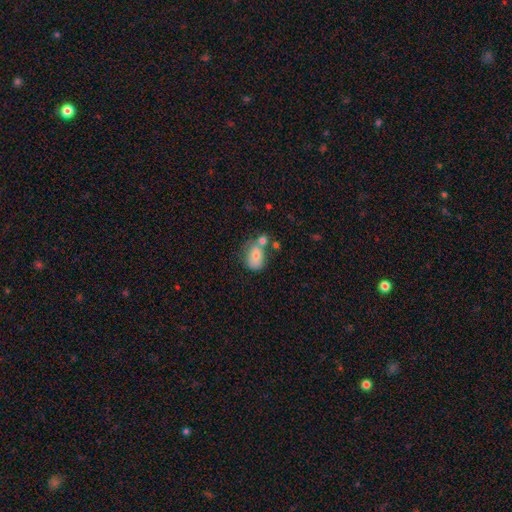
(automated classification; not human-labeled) A smooth galaxy with no disk features (73%) that is in between round and cigar-shaped (74%). Merging: none (40%).